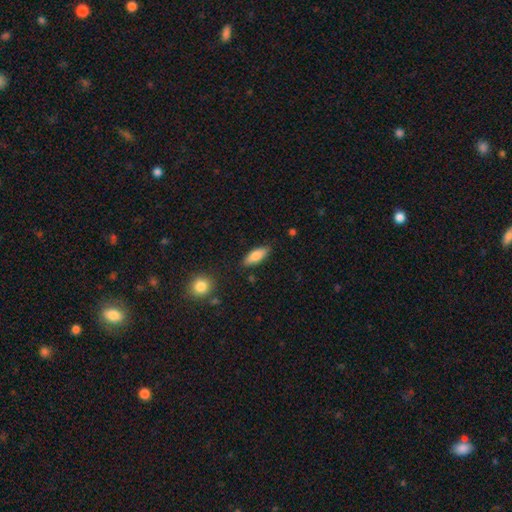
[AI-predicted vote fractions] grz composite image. It shows a smooth galaxy with no disk features (80%) that is in between round and cigar-shaped (72%). Merging: none (83%).